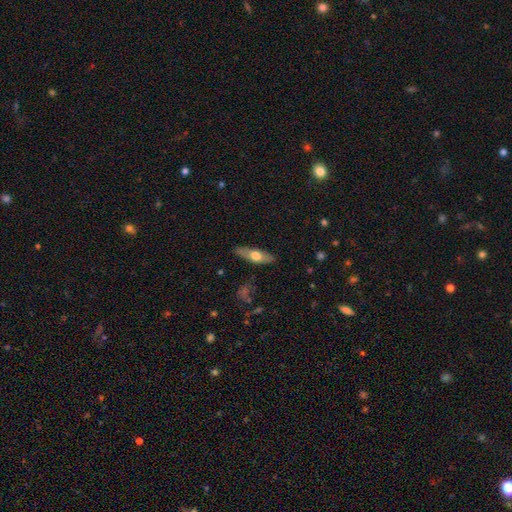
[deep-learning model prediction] Morphology: type=smooth (54%); roundness=in between (49%); merging=none (83%).